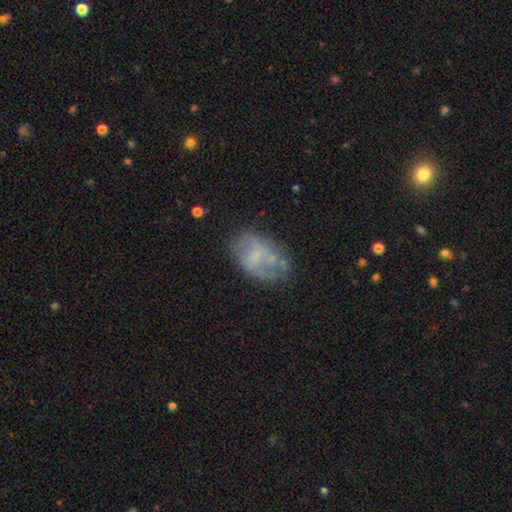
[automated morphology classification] This appears to be a featured or disk galaxy (56%) with no bar (51%), no spiral arms (54%) and no central bulge (44%). Merging: none (52%).